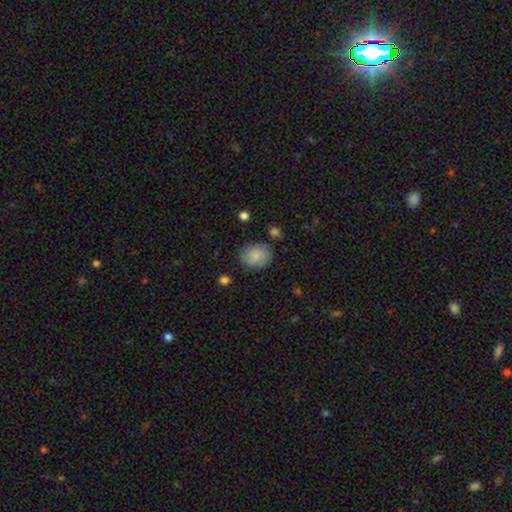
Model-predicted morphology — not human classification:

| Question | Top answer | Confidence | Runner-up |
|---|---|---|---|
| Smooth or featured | smooth | 85% | featured or disk (8%) |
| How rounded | in between | 51% | round (48%) |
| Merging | none | 77% | minor disturbance (16%) |